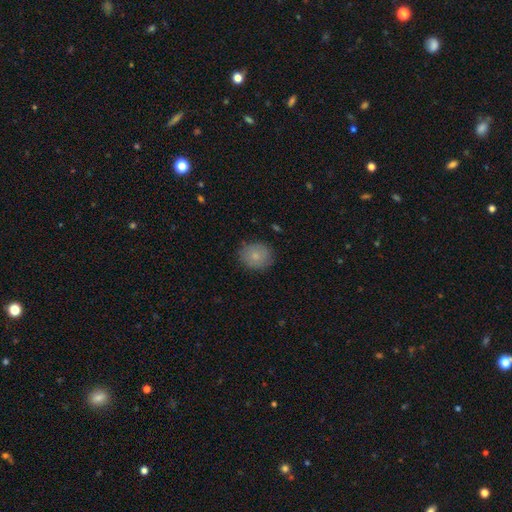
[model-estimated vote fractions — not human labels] The model was most divided on "how rounded": round: 68%, in between: 31%, cigar-shaped: 1%. More confident: merging — none (80%); smooth or featured — smooth (78%).